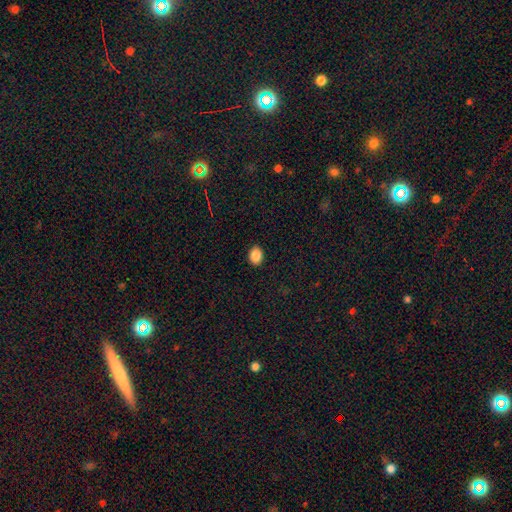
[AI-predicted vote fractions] A smooth galaxy with no disk features (87%) that is in between round and cigar-shaped (61%). Merging: none (91%).